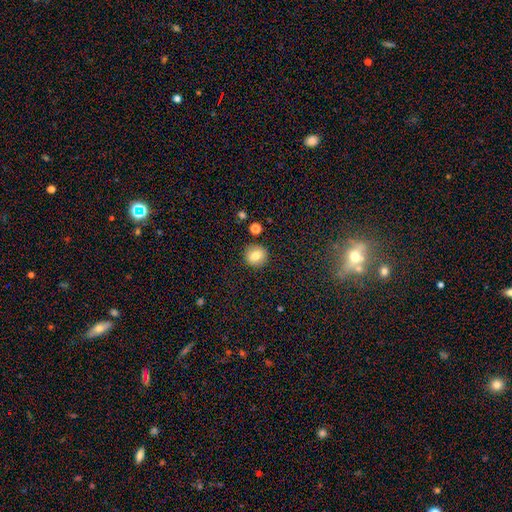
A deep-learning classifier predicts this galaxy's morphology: A smooth galaxy with no disk features (81%) that is round (90%).

Vote fractions:
- Smooth or featured? smooth: 81% / star or artifact: 10% / featured or disk: 9%
- How rounded? round: 90% / in between: 9% / cigar-shaped: 1%
- Merging? none: 89% / minor disturbance: 7% / merger: 2% / major disturbance: 2%